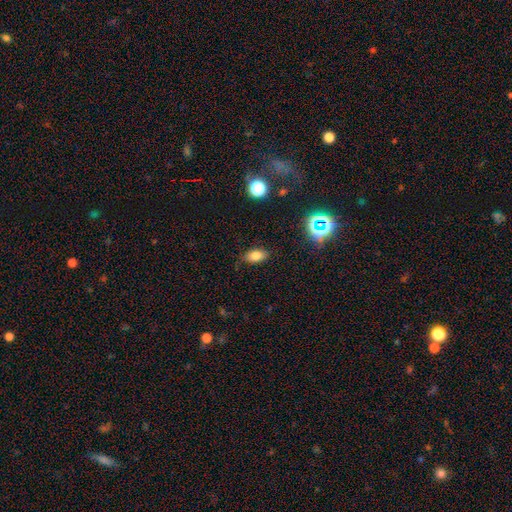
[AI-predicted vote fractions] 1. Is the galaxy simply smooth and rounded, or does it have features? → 78% smooth, 14% star or artifact, 9% featured or disk.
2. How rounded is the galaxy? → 87% in between, 10% round, 3% cigar-shaped.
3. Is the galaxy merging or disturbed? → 81% none, 14% minor disturbance, 3% major disturbance, 1% merger.